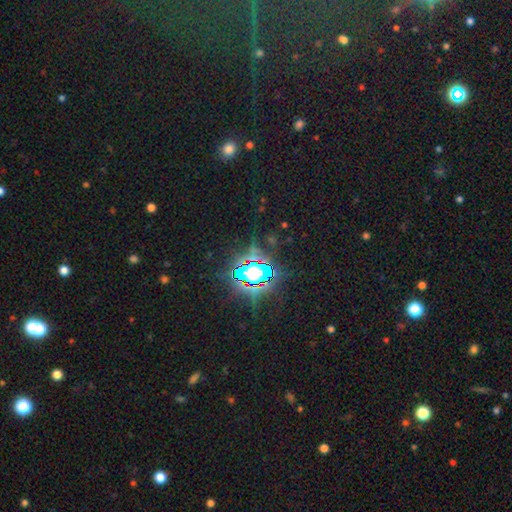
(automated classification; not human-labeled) star or artifact 84%, smooth 9%, featured or disk 7%.